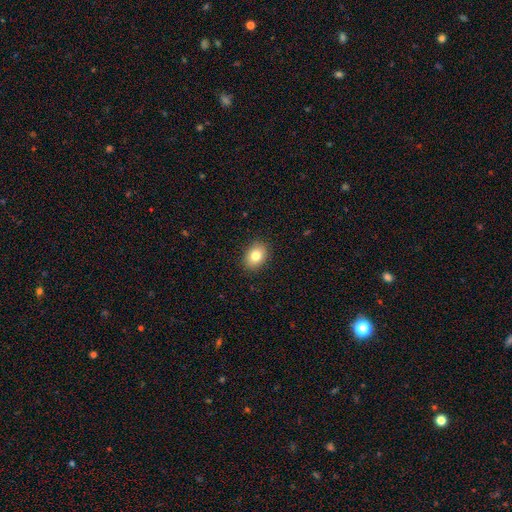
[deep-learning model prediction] Overall: smooth (81%). How rounded: in between (67%; round 32%). Merging: none (89%).